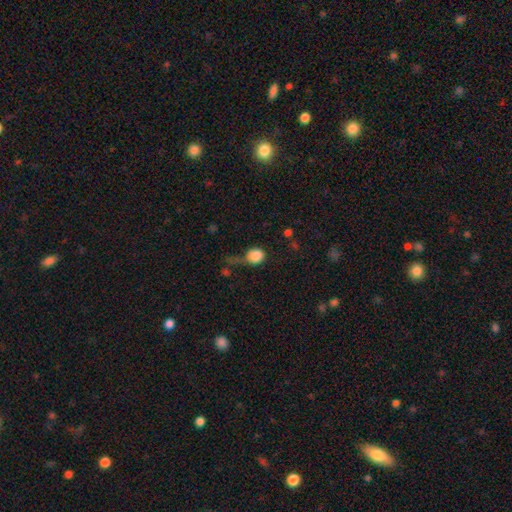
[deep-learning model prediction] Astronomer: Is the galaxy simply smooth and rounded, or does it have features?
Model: smooth — 84%.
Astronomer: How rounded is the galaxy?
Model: round — 77%.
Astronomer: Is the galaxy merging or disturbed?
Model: none — 35% (runner-up: major disturbance, 29%).